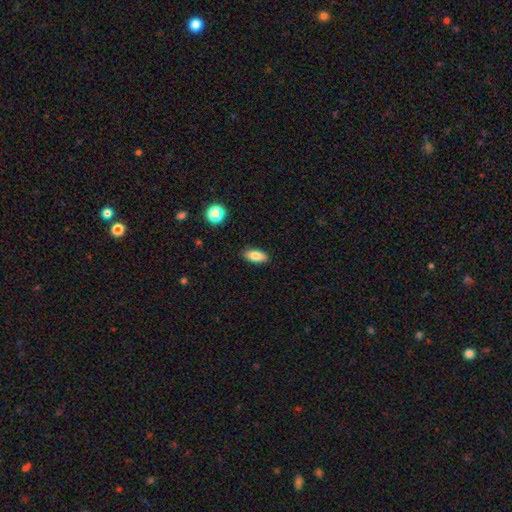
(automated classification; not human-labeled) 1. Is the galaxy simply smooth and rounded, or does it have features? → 83% smooth, 9% featured or disk, 8% star or artifact.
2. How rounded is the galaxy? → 88% in between, 8% cigar-shaped, 4% round.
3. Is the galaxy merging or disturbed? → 89% none, 8% minor disturbance, 2% major disturbance, 1% merger.